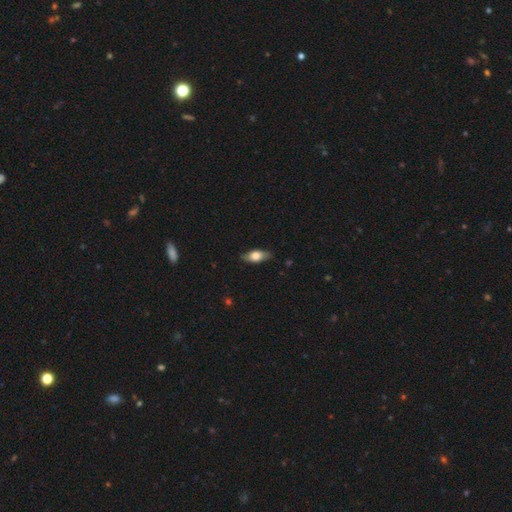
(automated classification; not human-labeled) Smooth or featured? Predicted: smooth (p=0.66). How rounded? Predicted: in between (p=0.81). Merging? Predicted: none (p=0.81).